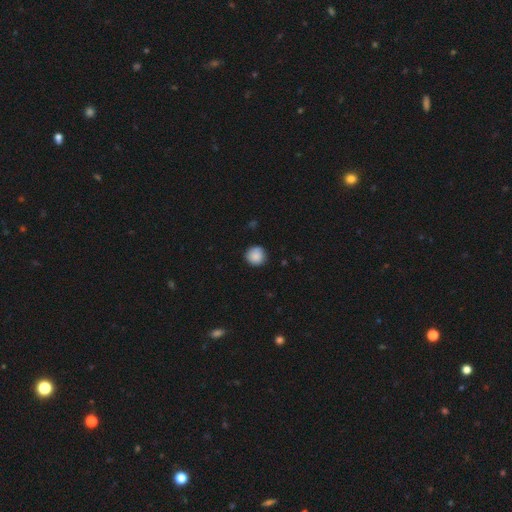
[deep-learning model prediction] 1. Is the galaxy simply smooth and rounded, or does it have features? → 86% smooth, 8% star or artifact, 5% featured or disk.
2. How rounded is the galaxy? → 93% round, 6% in between, 1% cigar-shaped.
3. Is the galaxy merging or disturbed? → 83% none, 14% minor disturbance, 2% major disturbance, 1% merger.